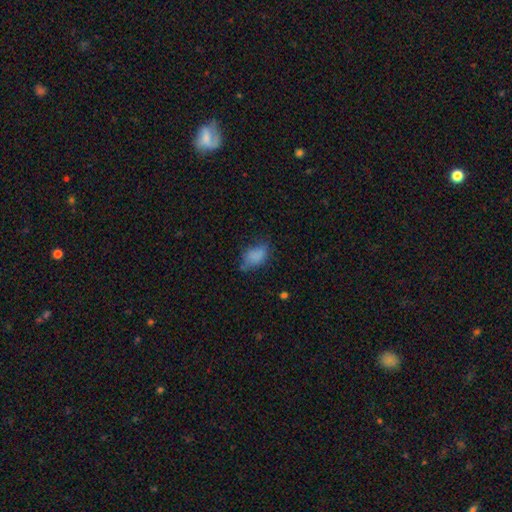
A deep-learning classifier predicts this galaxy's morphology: Smooth or featured?
  - smooth: 78% *
  - featured or disk: 12%
  - star or artifact: 11%
How rounded?
  - in between: 88% *
  - round: 8%
  - cigar-shaped: 3%
Merging?
  - none: 48% *
  - minor disturbance: 34%
  - major disturbance: 15%
  - merger: 3%